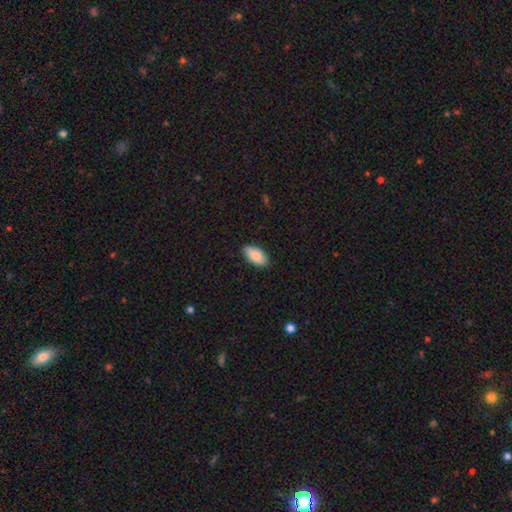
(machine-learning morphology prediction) Smooth or featured? Predicted: smooth (p=0.85). How rounded? Predicted: in between (p=0.94). Merging? Predicted: none (p=0.88).